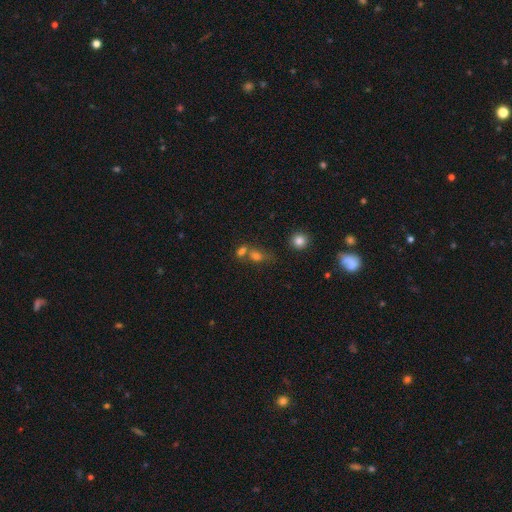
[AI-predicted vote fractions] This is likely a smooth galaxy (65%). How rounded: possibly in between (50%). Merging: possibly merger (50%).